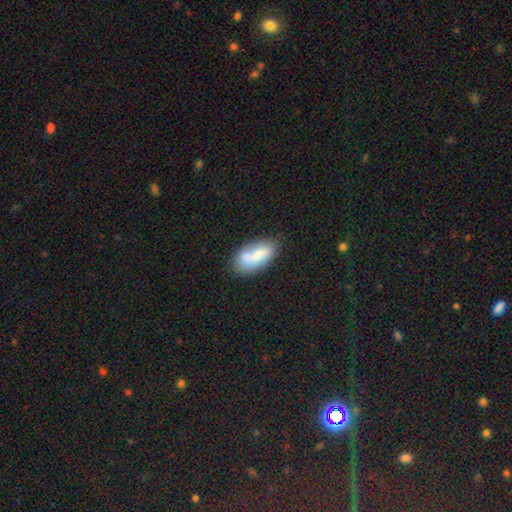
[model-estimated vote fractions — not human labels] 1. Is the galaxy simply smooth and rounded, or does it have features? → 68% smooth, 24% featured or disk, 7% star or artifact.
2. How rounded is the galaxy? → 87% in between, 10% cigar-shaped, 3% round.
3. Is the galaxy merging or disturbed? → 57% none, 21% minor disturbance, 16% merger, 6% major disturbance.